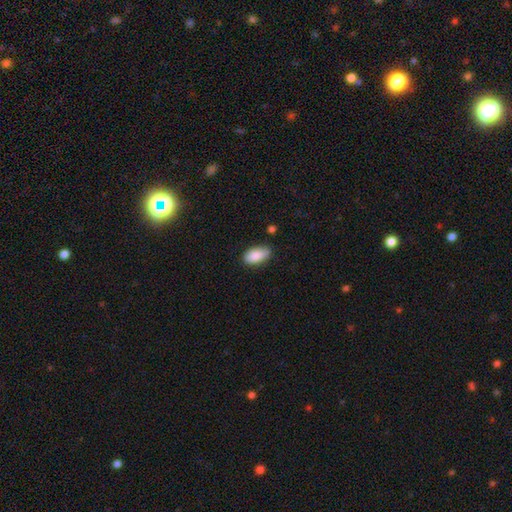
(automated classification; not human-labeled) The model was most divided on "merging": none: 77%, minor disturbance: 18%, major disturbance: 3%, merger: 2%. More confident: how rounded — in between (92%); smooth or featured — smooth (88%).